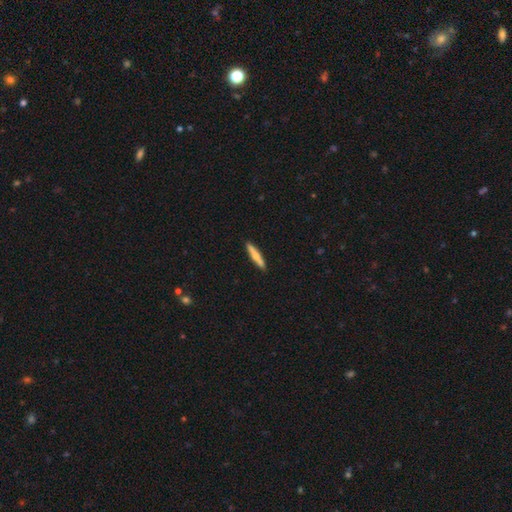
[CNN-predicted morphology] This appears to be a smooth galaxy with no disk features (56%) that is cigar-shaped (91%). Merging: none (88%).